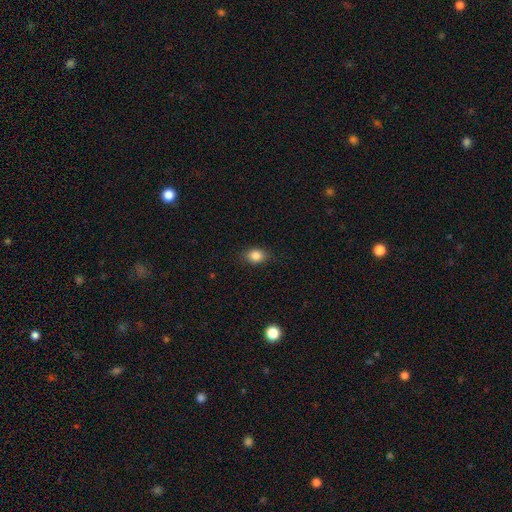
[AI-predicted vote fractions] Q: Smooth or featured?
A: smooth (85%); runner-up: star or artifact (10%)
Q: How rounded?
A: in between (59%); runner-up: round (40%)
Q: Merging?
A: none (84%); runner-up: minor disturbance (12%)